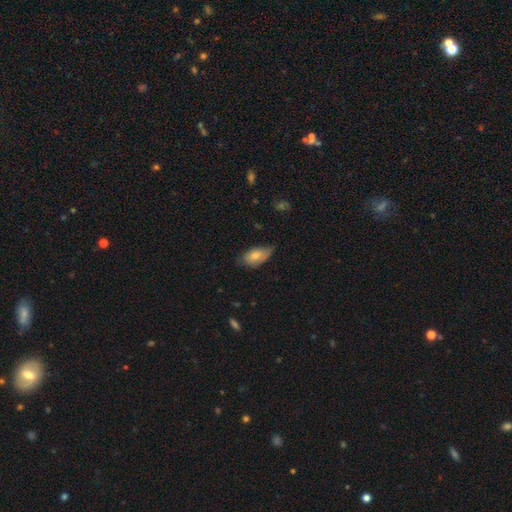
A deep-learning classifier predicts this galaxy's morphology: A smooth galaxy with no disk features (76%) that is in between round and cigar-shaped (91%). Merging: none (53%).